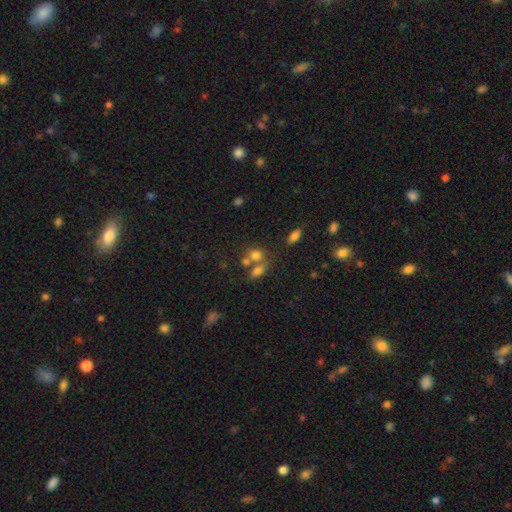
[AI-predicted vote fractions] A smooth galaxy with no disk features (72%) that is round (55%). Merging: merger (42%).